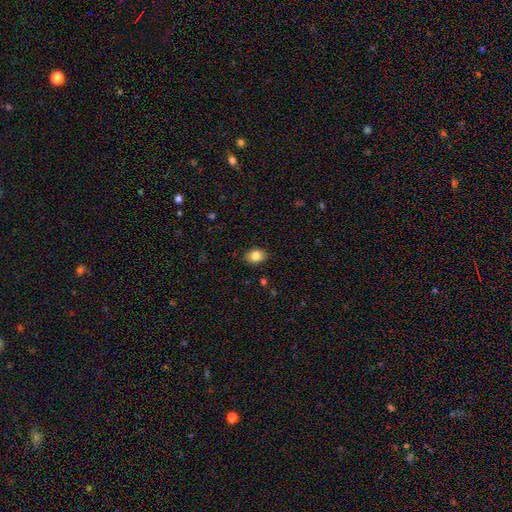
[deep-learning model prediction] This is clearly a smooth galaxy (84%). How rounded: likely in between (67%). Merging: clearly none (87%).